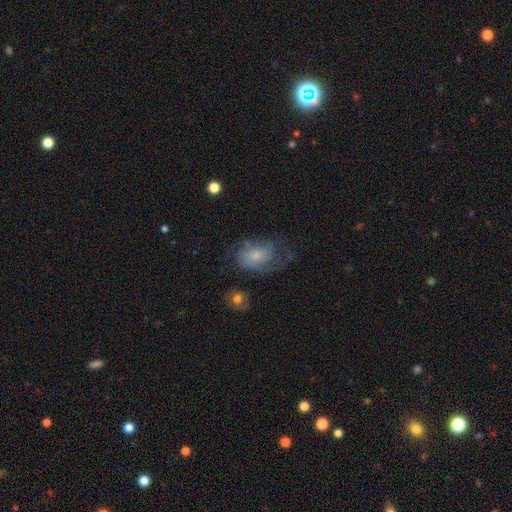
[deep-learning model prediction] A featured or disk galaxy (55%) with no bar (75%), spiral arms (77%) and a small central bulge (54%). Merging: none (45%).